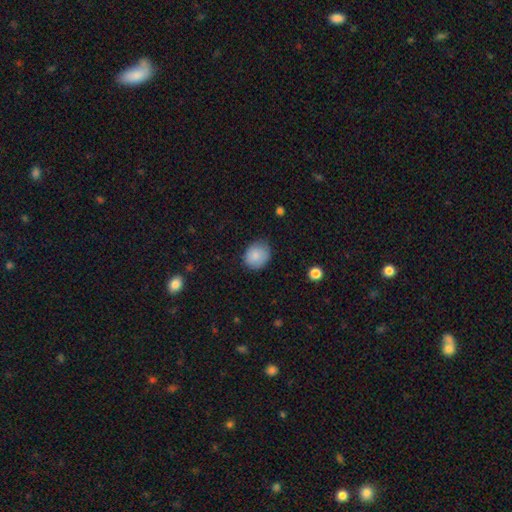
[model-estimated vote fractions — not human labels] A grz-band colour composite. It shows a smooth galaxy with no disk features (83%) that is round (61%). Merging: none (72%).